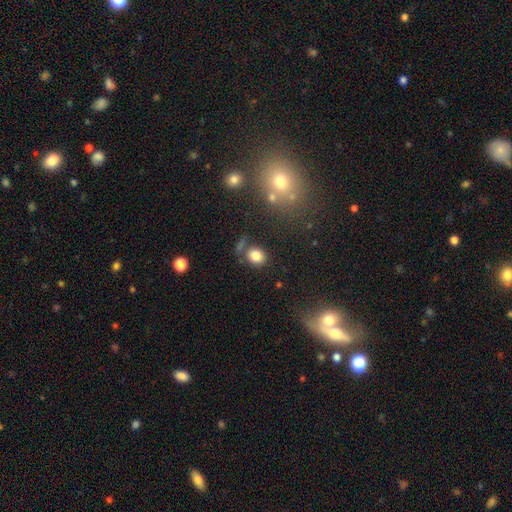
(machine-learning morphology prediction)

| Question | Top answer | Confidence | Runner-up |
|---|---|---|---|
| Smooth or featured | smooth | 81% | star or artifact (12%) |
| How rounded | round | 62% | in between (37%) |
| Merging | none | 71% | minor disturbance (13%) |